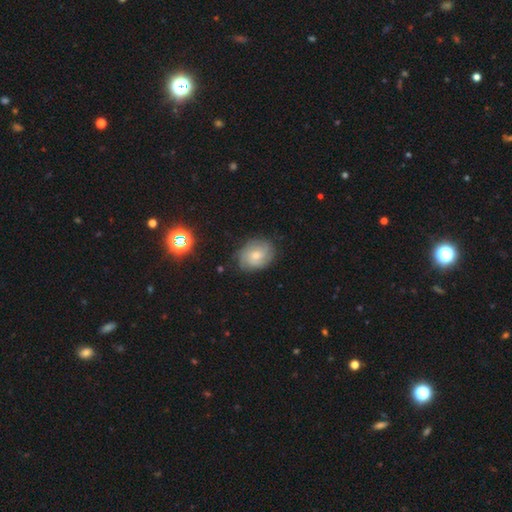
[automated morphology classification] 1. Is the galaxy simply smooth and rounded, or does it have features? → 58% featured or disk, 33% smooth, 9% star or artifact.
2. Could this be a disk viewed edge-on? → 97% no, 3% yes.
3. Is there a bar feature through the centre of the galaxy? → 68% no, 28% weak, 4% strong.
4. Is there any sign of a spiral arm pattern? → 89% yes, 11% no.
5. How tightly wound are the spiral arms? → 60% tight, 31% medium, 9% loose.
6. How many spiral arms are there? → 42% can't tell, 20% 3, 18% 2, 10% 4, 5% more than 4, 5% 1.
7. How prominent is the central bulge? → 55% moderate, 38% small, 4% large, 2% none, 1% dominant.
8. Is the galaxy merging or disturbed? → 76% none, 18% minor disturbance, 5% major disturbance, 1% merger.